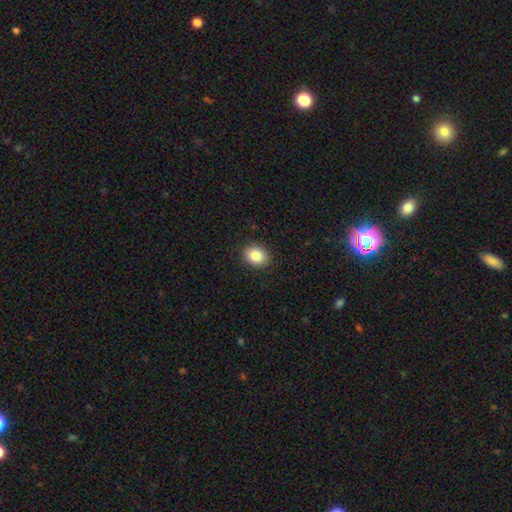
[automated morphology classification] A smooth galaxy with no disk features (85%) that is in between round and cigar-shaped (53%). Merging: none (89%).